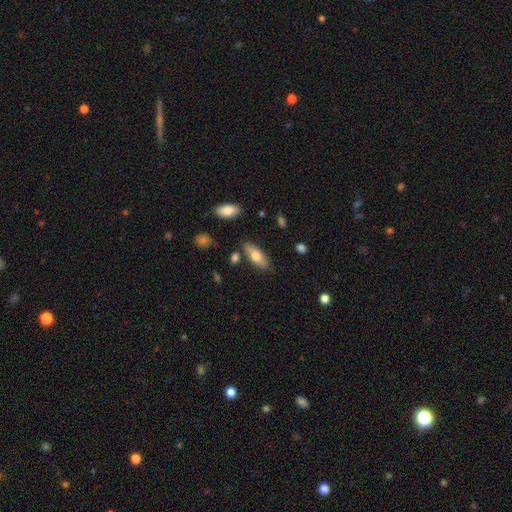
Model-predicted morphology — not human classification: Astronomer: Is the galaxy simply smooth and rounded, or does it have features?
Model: smooth — 71%.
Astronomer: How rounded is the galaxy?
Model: in between — 73%.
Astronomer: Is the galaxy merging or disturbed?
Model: none — 79%.